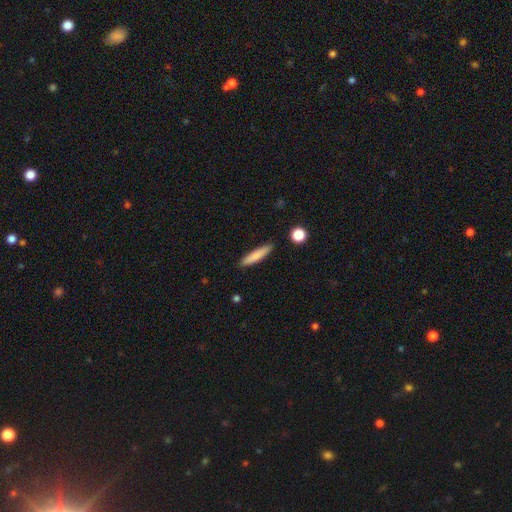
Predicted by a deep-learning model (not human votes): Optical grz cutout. It shows a smooth galaxy with no disk features (81%) that is cigar-shaped (85%). Merging: none (88%).